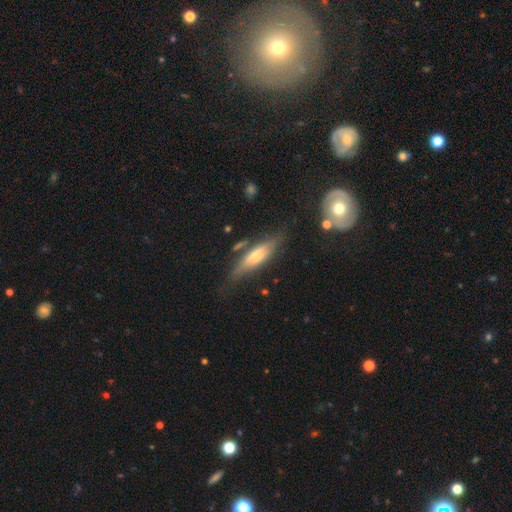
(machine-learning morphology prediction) Smooth or featured: featured or disk — 50% (smooth — 43%)
Edge-on disk: yes — 79% (no — 21%)
Merging: none — 65% (minor disturbance — 22%)